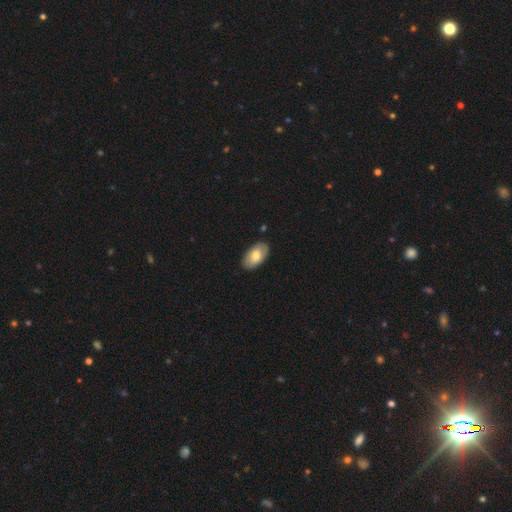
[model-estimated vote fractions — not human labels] Smooth or featured: smooth — 74% (featured or disk — 21%)
How rounded: in between — 95% (round — 4%)
Merging: none — 86% (minor disturbance — 11%)